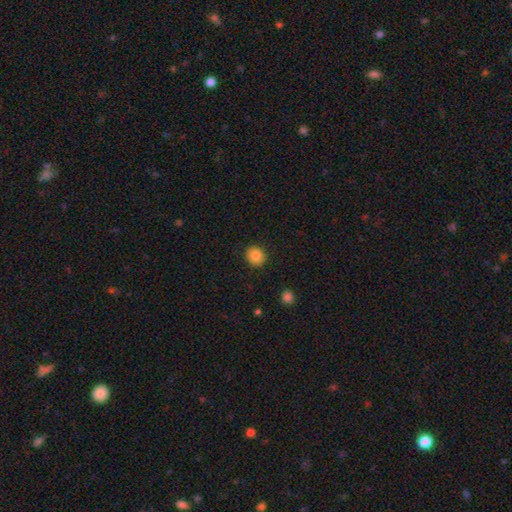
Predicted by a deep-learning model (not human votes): Smooth or featured?
  - smooth: 85% *
  - star or artifact: 10%
  - featured or disk: 6%
How rounded?
  - round: 82% *
  - in between: 17%
  - cigar-shaped: 1%
Merging?
  - none: 90% *
  - minor disturbance: 7%
  - major disturbance: 2%
  - merger: 1%